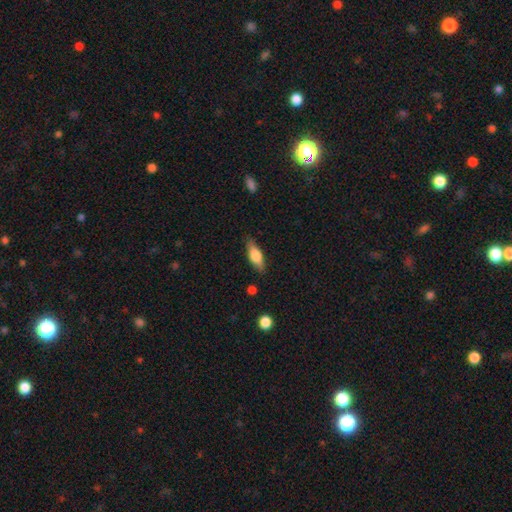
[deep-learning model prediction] A smooth galaxy with no disk features (67%) that is in between round and cigar-shaped (61%).

Vote fractions:
- Smooth or featured? smooth: 67% / featured or disk: 27% / star or artifact: 6%
- How rounded? in between: 61% / cigar-shaped: 37% / round: 3%
- Merging? none: 82% / minor disturbance: 13% / major disturbance: 3% / merger: 2%